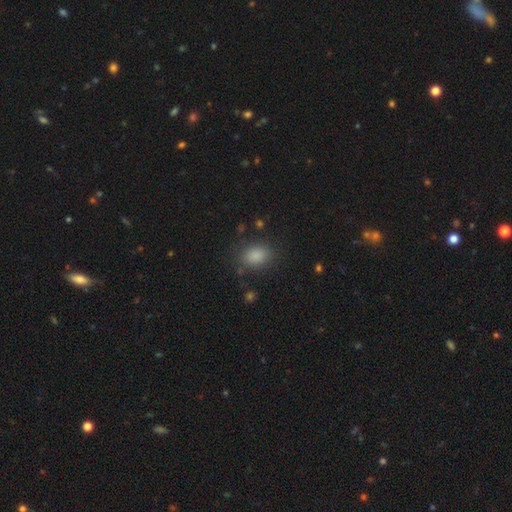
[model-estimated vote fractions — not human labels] A smooth galaxy with no disk features (85%) that is in between round and cigar-shaped (69%).

Vote fractions:
- Smooth or featured? smooth: 85% / star or artifact: 11% / featured or disk: 5%
- How rounded? in between: 69% / round: 29% / cigar-shaped: 1%
- Merging? none: 80% / minor disturbance: 13% / major disturbance: 5% / merger: 2%